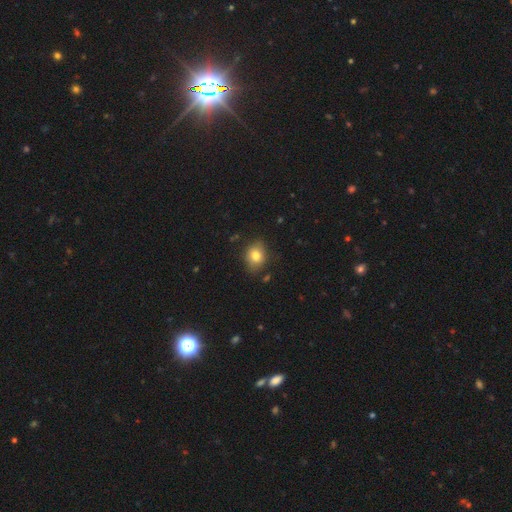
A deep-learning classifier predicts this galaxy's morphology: The model was most divided on "how rounded": round: 51%, in between: 47%, cigar-shaped: 1%. More confident: smooth or featured — smooth (80%); merging — none (79%).